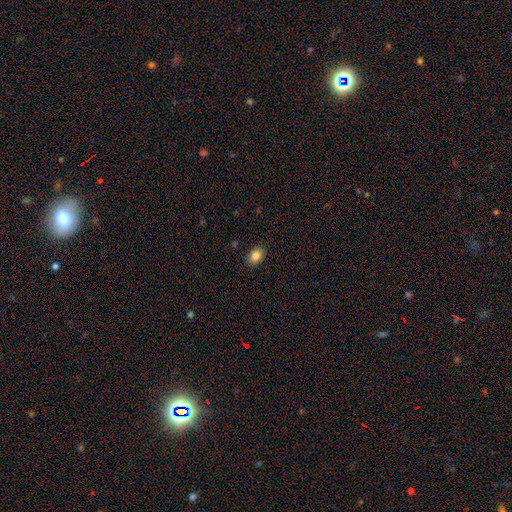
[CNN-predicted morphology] smooth-or-featured: smooth: 86% | star or artifact: 9% | featured or disk: 5%
  how-rounded: in between: 78% | round: 21% | cigar-shaped: 1%
  merging: none: 88% | minor disturbance: 9% | major disturbance: 2% | merger: 1%